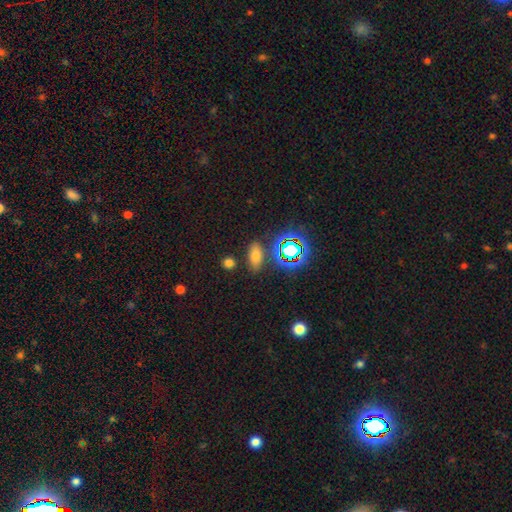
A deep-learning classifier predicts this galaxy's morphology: This is likely a smooth galaxy (68%). How rounded: clearly in between (83%). Merging: clearly none (81%).